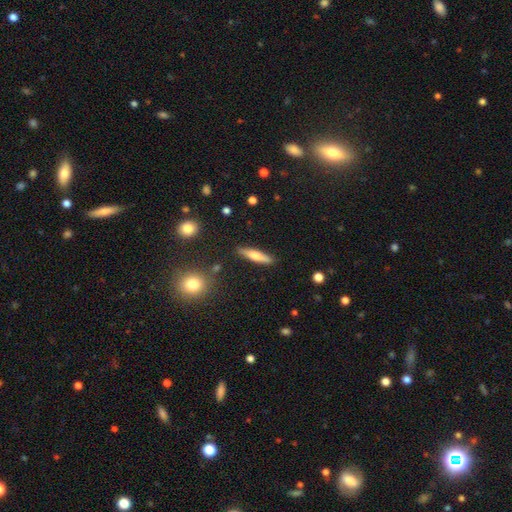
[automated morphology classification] This appears to be a smooth galaxy with no disk features (60%) that is cigar-shaped (82%). Merging: none (87%).